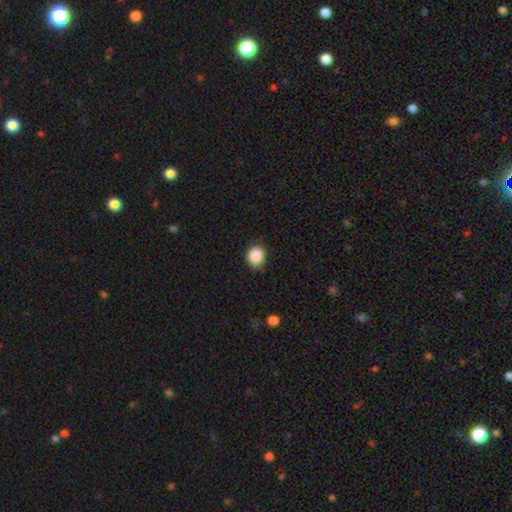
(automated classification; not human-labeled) smooth_or_featured: smooth (p=0.88) [alt: star or artifact p=0.09]
how_rounded: round (p=0.75) [alt: in between p=0.24]
merging: none (p=0.82) [alt: minor disturbance p=0.14]